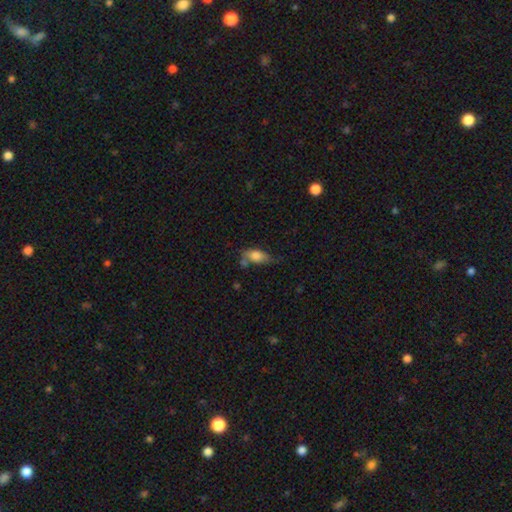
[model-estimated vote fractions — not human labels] Smooth or featured: smooth — 75% (featured or disk — 16%)
How rounded: in between — 84% (cigar-shaped — 11%)
Merging: none — 42% (minor disturbance — 32%)